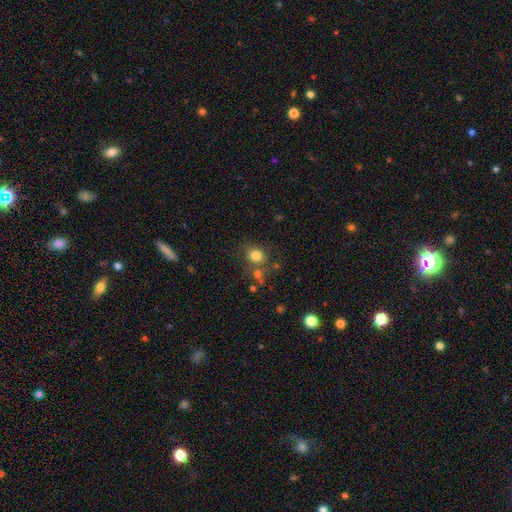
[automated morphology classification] A smooth galaxy with no disk features (79%) that is round (66%).

Vote fractions:
- Smooth or featured? smooth: 79% / star or artifact: 12% / featured or disk: 9%
- How rounded? round: 66% / in between: 33% / cigar-shaped: 1%
- Merging? none: 65% / minor disturbance: 15% / merger: 14% / major disturbance: 7%